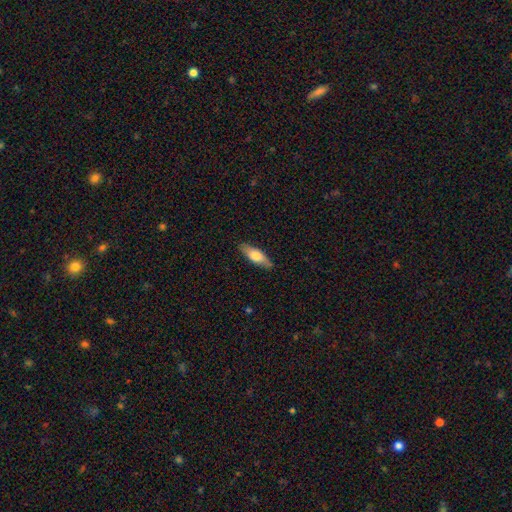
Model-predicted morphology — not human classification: This appears to be a smooth galaxy with no disk features (62%) that is in between round and cigar-shaped (53%). Merging: none (86%).